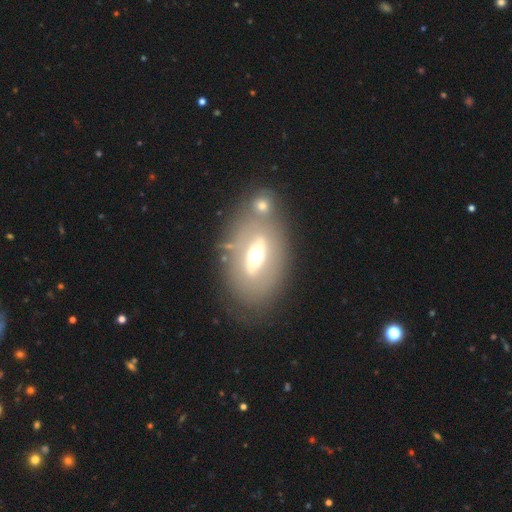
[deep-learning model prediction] smooth_or_featured: featured or disk (p=0.60) [alt: smooth p=0.33]
disk_edge_on: no (p=0.81) [alt: yes p=0.19]
merging: none (p=0.57) [alt: merger p=0.23]